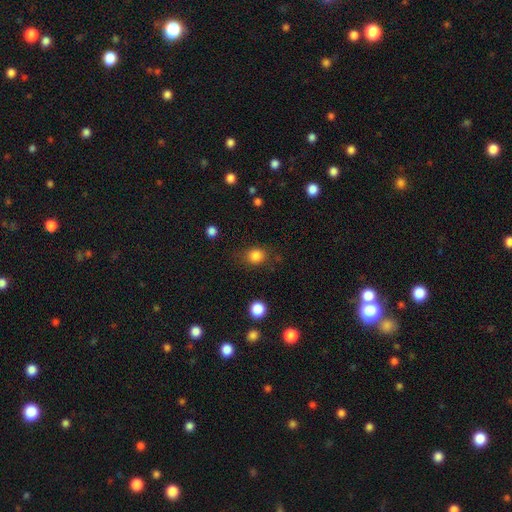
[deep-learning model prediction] A smooth galaxy with no disk features (84%) that is round (70%).

Vote fractions:
- Smooth or featured? smooth: 84% / star or artifact: 11% / featured or disk: 5%
- How rounded? round: 70% / in between: 29% / cigar-shaped: 1%
- Merging? none: 79% / minor disturbance: 14% / major disturbance: 5% / merger: 2%